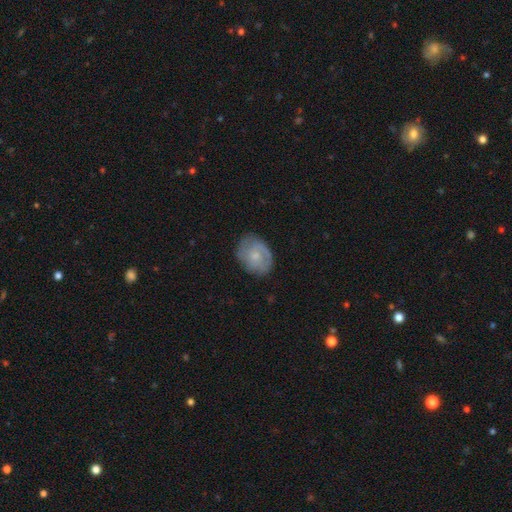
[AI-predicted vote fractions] smooth_or_featured: smooth (p=0.48) [alt: featured or disk p=0.45]
merging: none (p=0.72) [alt: minor disturbance p=0.21]